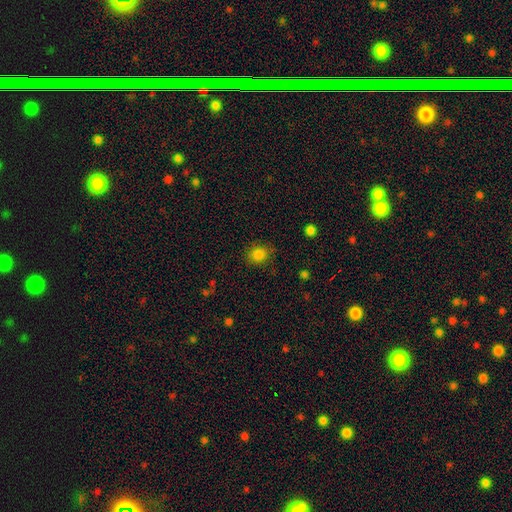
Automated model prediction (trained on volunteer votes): smooth-or-featured: smooth: 80% | star or artifact: 15% | featured or disk: 5%
  how-rounded: round: 70% | in between: 29% | cigar-shaped: 1%
  merging: none: 84% | minor disturbance: 11% | major disturbance: 3% | merger: 1%